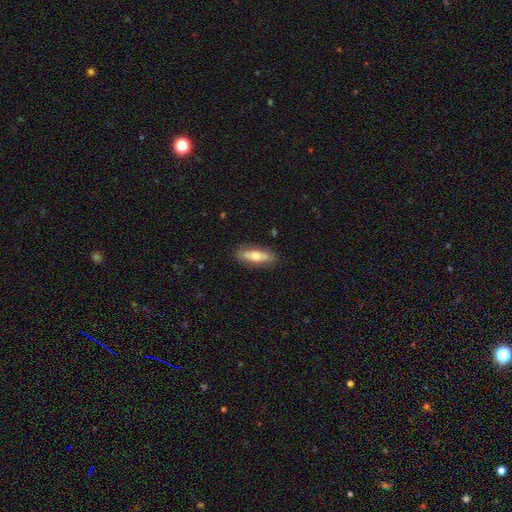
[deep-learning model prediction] The model was most divided on "how rounded": in between: 51%, cigar-shaped: 46%, round: 3%. More confident: merging — none (85%); smooth or featured — smooth (59%).